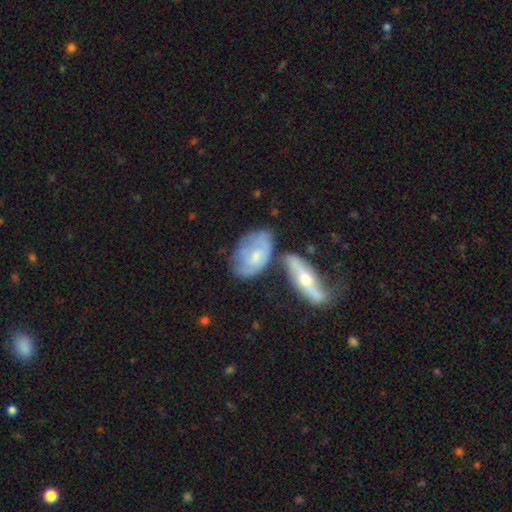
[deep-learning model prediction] A featured or disk galaxy (62%) with no bar (59%), spiral arms (73%) and a small central bulge (52%).

Vote fractions:
- Smooth or featured? featured or disk: 62% / smooth: 32% / star or artifact: 6%
- Edge-on disk? no: 91% / yes: 9%
- Bar? no: 59% / weak: 34% / strong: 7%
- Spiral arms? yes: 73% / no: 27%
- Bulge size? small: 52% / moderate: 38% / none: 6% / large: 3% / dominant: 1%
- Merging? none: 43% / merger: 25% / minor disturbance: 22% / major disturbance: 10%